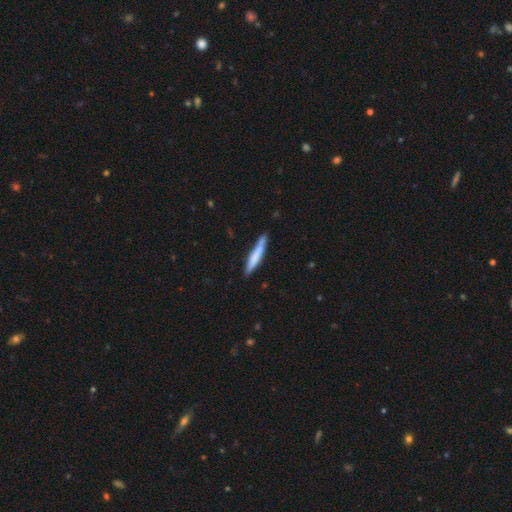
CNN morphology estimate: A smooth galaxy with no disk features (68%) that is cigar-shaped (93%). Merging: none (77%).